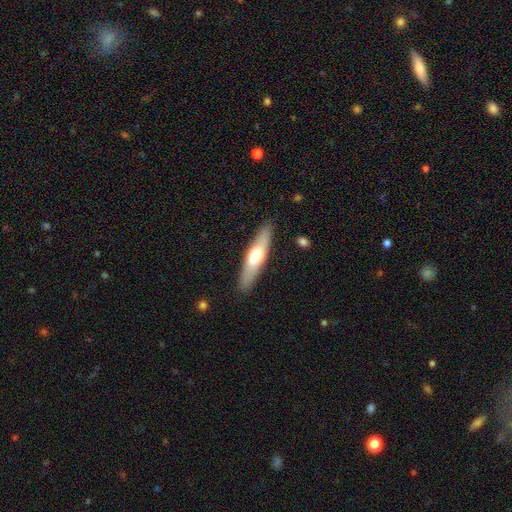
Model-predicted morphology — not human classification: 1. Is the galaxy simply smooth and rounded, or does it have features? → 53% smooth, 42% featured or disk, 5% star or artifact.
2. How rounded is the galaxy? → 76% cigar-shaped, 22% in between, 2% round.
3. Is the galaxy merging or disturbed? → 88% none, 8% minor disturbance, 2% major disturbance, 1% merger.